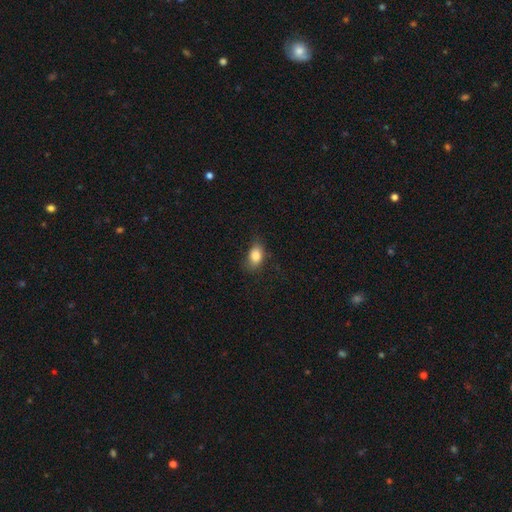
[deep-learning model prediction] smooth_or_featured: smooth (p=0.83) [alt: star or artifact p=0.09]
how_rounded: in between (p=0.81) [alt: round p=0.17]
merging: none (p=0.68) [alt: minor disturbance p=0.24]